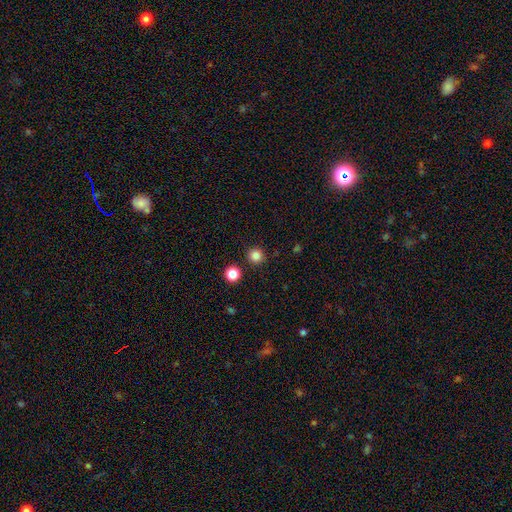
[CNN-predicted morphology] Smooth or featured: smooth — 84% (star or artifact — 13%)
How rounded: round — 95% (in between — 4%)
Merging: none — 91% (minor disturbance — 5%)